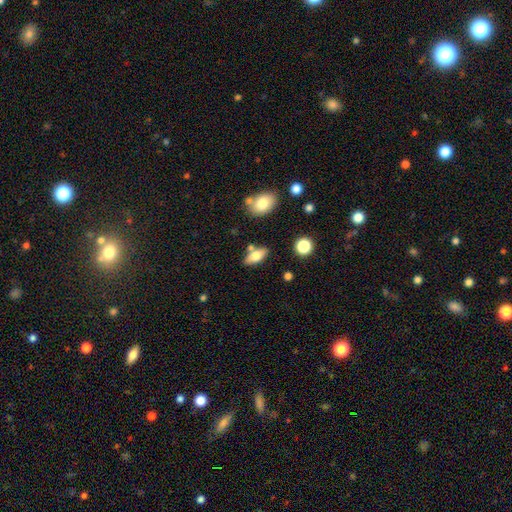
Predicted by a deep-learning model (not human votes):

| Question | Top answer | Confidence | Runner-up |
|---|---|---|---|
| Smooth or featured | smooth | 71% | featured or disk (21%) |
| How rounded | in between | 84% | cigar-shaped (12%) |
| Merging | none | 73% | minor disturbance (13%) |